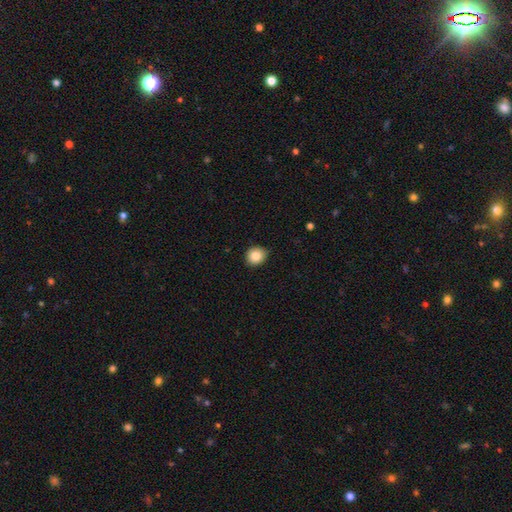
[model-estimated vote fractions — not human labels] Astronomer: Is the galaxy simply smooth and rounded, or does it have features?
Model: smooth — 83%.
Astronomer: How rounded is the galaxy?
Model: round — 82%.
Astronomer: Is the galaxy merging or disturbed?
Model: none — 85%.